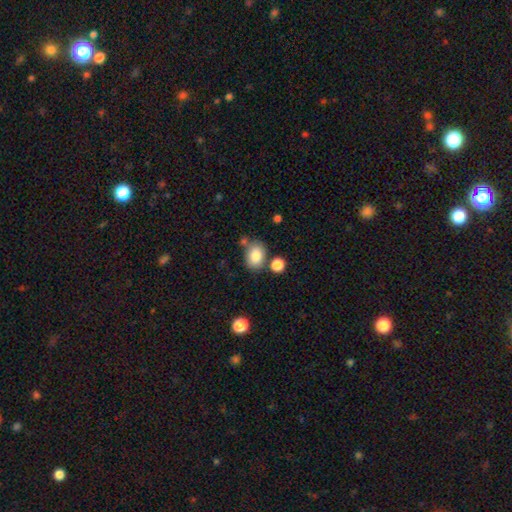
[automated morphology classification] type=smooth (83%); roundness=in between (67%); merging=none (67%).